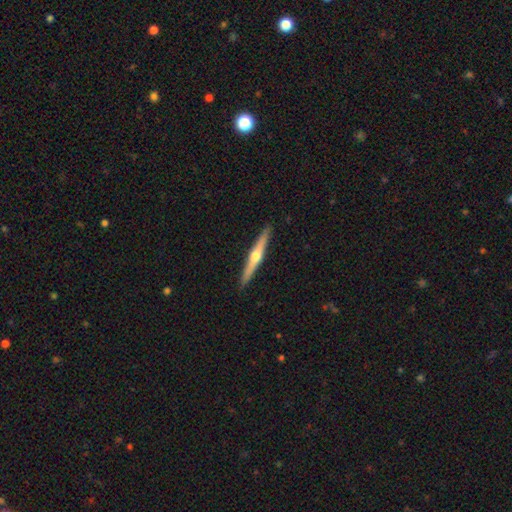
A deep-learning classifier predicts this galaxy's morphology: A featured or disk galaxy (70%) viewed edge-on (98%) with a rounded central bulge (92%).

Vote fractions:
- Smooth or featured? featured or disk: 70% / smooth: 24% / star or artifact: 5%
- Edge-on disk? yes: 98% / no: 2%
- Edge-on bulge? rounded: 92% / none: 5% / boxy: 3%
- Merging? none: 92% / minor disturbance: 6% / major disturbance: 1% / merger: 1%